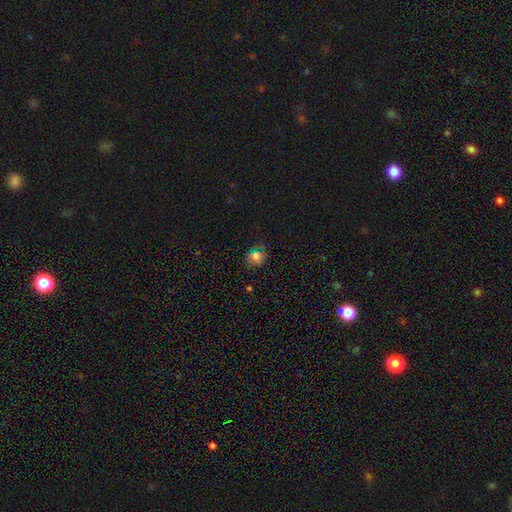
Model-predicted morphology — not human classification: A smooth galaxy with no disk features (70%) that is round (67%). Merging: none (79%).